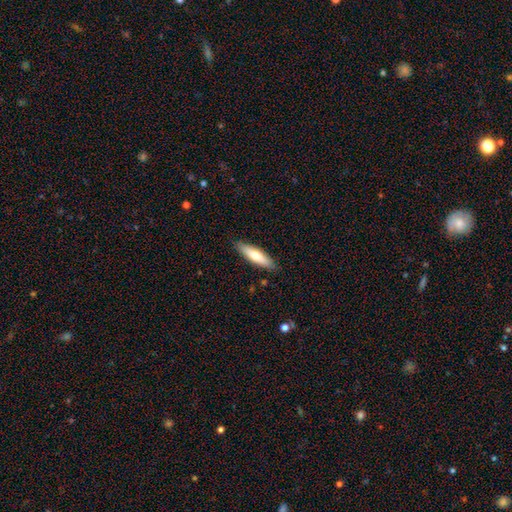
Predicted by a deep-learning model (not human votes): A smooth galaxy with no disk features (67%) that is cigar-shaped (69%).

Vote fractions:
- Smooth or featured? smooth: 67% / featured or disk: 27% / star or artifact: 5%
- How rounded? cigar-shaped: 69% / in between: 30% / round: 2%
- Merging? none: 88% / minor disturbance: 9% / major disturbance: 2% / merger: 1%